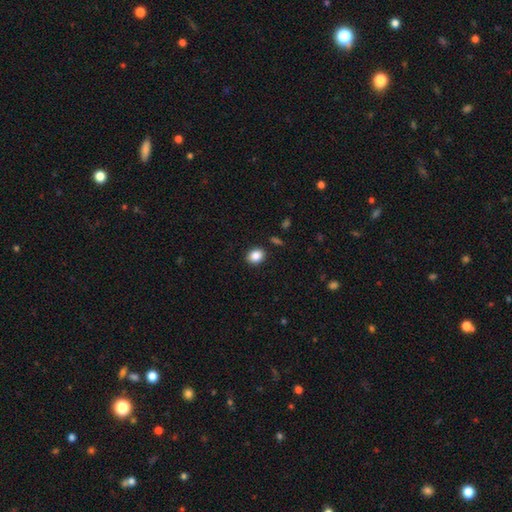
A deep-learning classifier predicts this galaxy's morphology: Q: Smooth or featured?
A: smooth (87%); runner-up: star or artifact (9%)
Q: How rounded?
A: in between (50%); tied with: round (50%)
Q: Merging?
A: none (89%); runner-up: minor disturbance (7%)